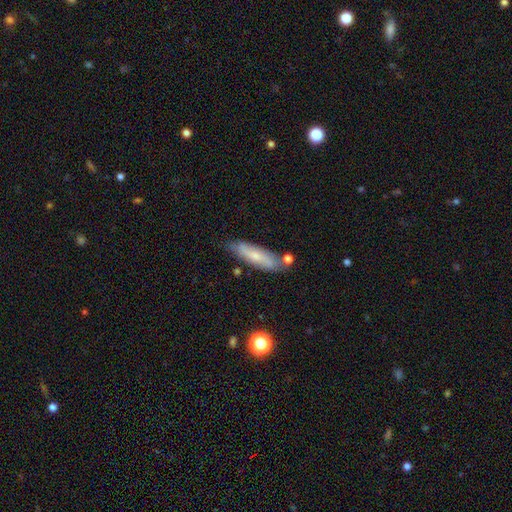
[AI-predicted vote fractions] smooth 58%, featured or disk 35%, star or artifact 7%. Down the decision tree: how rounded — cigar-shaped (70%); merging — none (72%).